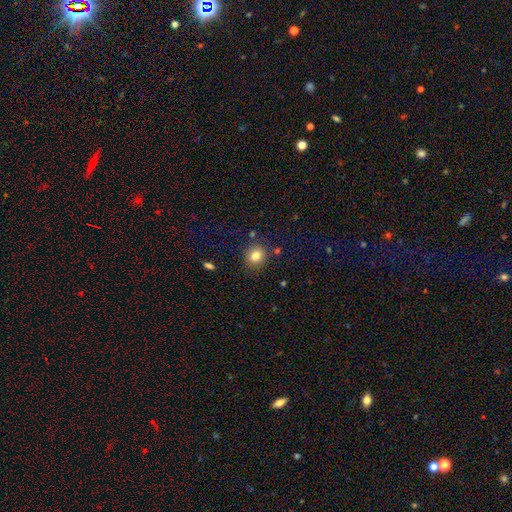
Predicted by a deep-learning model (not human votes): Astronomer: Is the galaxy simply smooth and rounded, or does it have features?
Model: smooth — 81%.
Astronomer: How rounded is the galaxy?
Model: round — 76%.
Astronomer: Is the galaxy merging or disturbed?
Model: none — 84%.